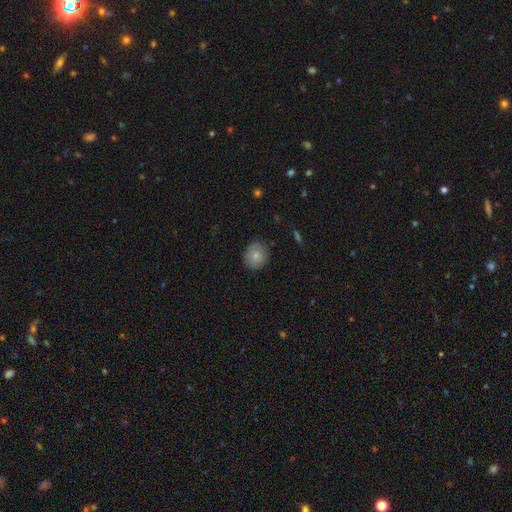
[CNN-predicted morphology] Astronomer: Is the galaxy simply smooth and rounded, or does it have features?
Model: smooth — 76%.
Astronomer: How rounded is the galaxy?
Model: round — 79%.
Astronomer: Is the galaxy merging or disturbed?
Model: none — 84%.